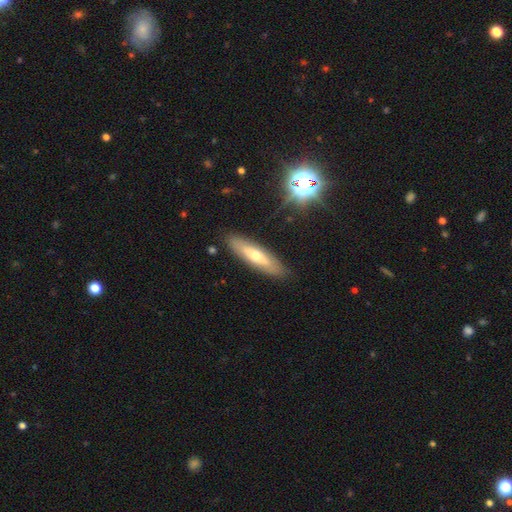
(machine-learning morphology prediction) smooth_or_featured: smooth (p=0.47) [alt: featured or disk p=0.45]
merging: none (p=0.86) [alt: minor disturbance p=0.10]